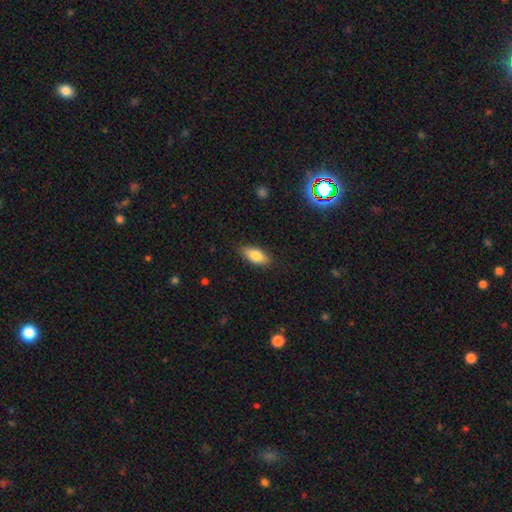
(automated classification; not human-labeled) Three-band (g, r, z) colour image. It shows a smooth galaxy with no disk features (79%) that is in between round and cigar-shaped (82%). Merging: none (86%).